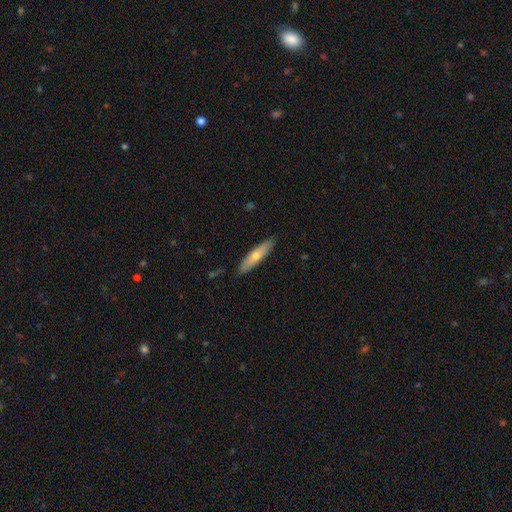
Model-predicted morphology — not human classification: smooth-or-featured: smooth: 52% | featured or disk: 41% | star or artifact: 7%
  how-rounded: cigar-shaped: 82% | in between: 17% | round: 2%
  merging: none: 89% | minor disturbance: 9% | major disturbance: 2% | merger: 1%